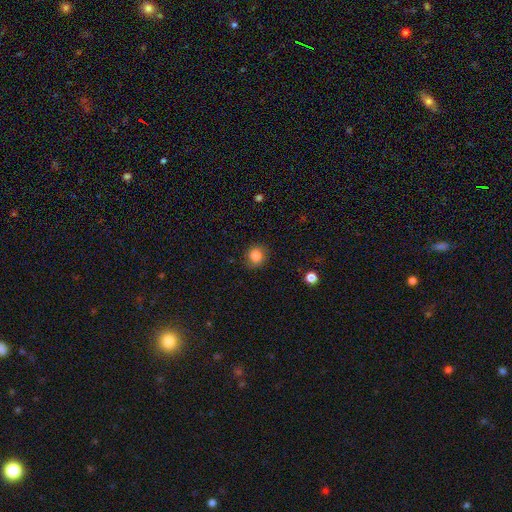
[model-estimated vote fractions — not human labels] Smooth or featured: smooth — 85% (star or artifact — 10%)
How rounded: round — 86% (in between — 13%)
Merging: none — 84% (minor disturbance — 11%)